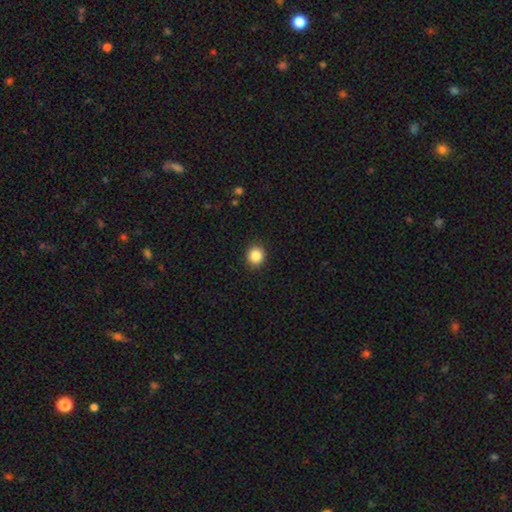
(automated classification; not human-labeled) Q: Smooth or featured?
A: smooth (88%); runner-up: star or artifact (9%)
Q: How rounded?
A: round (87%); runner-up: in between (12%)
Q: Merging?
A: none (91%); runner-up: minor disturbance (6%)